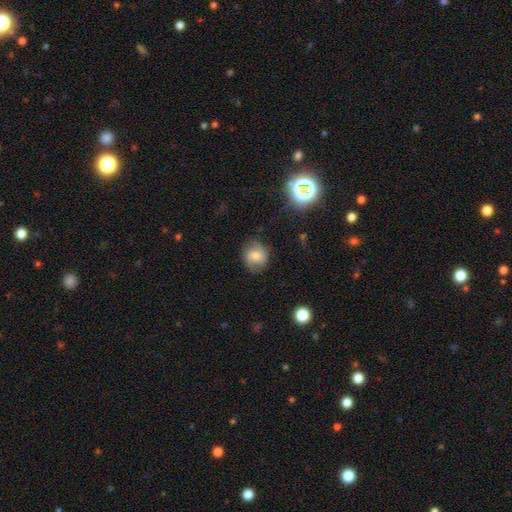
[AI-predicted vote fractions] smooth_or_featured: smooth (p=0.62) [alt: featured or disk p=0.26]
how_rounded: round (p=0.73) [alt: in between p=0.26]
merging: none (p=0.73) [alt: minor disturbance p=0.19]